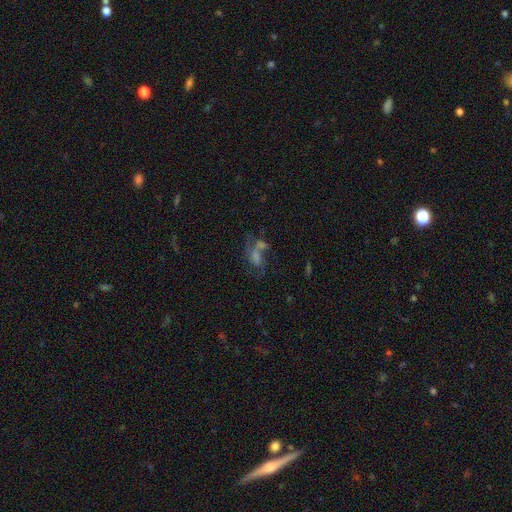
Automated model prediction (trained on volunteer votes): The model was most divided on "merging": merger: 33%, none: 32%, major disturbance: 21%, minor disturbance: 13%. Remaining: smooth or featured — featured or disk (45%).